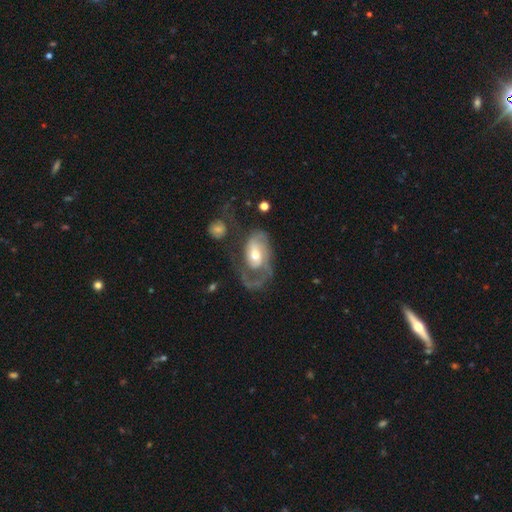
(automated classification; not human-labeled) A featured or disk galaxy (77%) with no bar (57%), 1 (47%) medium (40%) spiral arms (87%) and a moderate central bulge (69%).

Vote fractions:
- Smooth or featured? featured or disk: 77% / smooth: 17% / star or artifact: 6%
- Edge-on disk? no: 96% / yes: 4%
- Bar? no: 57% / weak: 34% / strong: 9%
- Spiral arms? yes: 87% / no: 13%
- Spiral winding? medium: 40% / tight: 35% / loose: 25%
- Spiral arm count? 1: 47% / 2: 30% / can't tell: 15% / 3: 5% / 4: 2% / more than 4: 1%
- Bulge size? moderate: 69% / small: 15% / large: 14% / dominant: 1% / none: 1%
- Merging? major disturbance: 40% / none: 34% / minor disturbance: 18% / merger: 8%